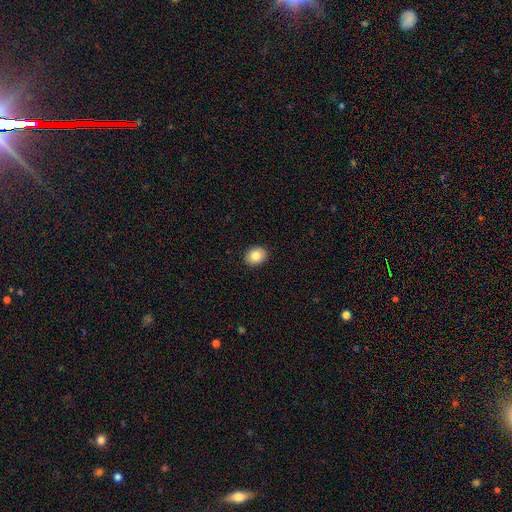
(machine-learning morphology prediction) Smooth or featured? smooth (85%)
How rounded? in between (51%)
Merging? none (91%)